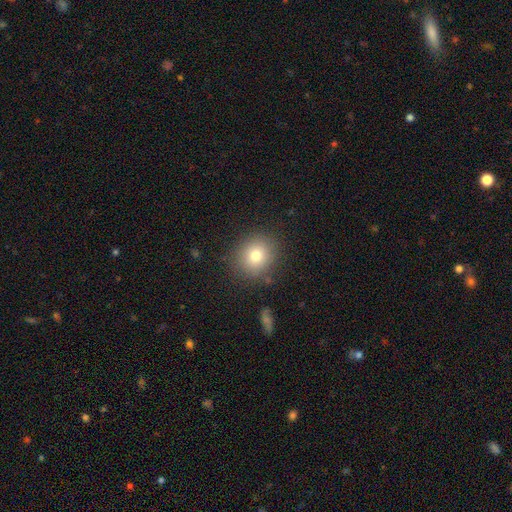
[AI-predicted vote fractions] smooth 77%, star or artifact 12%, featured or disk 11%. Down the decision tree: how rounded — round (82%); merging — none (85%).